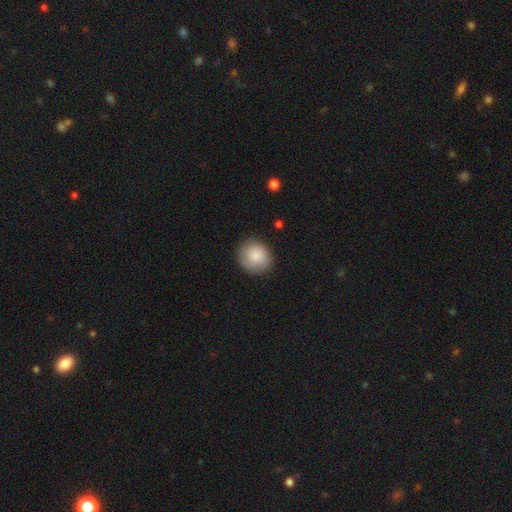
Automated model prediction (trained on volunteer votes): Smooth or featured? smooth (82%)
How rounded? round (85%)
Merging? none (83%)